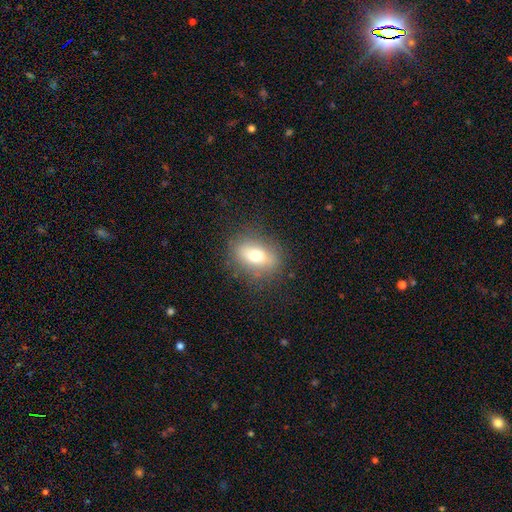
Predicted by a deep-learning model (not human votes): The model was most divided on "how rounded": in between: 69%, round: 26%, cigar-shaped: 4%. More confident: merging — none (82%); smooth or featured — smooth (66%).